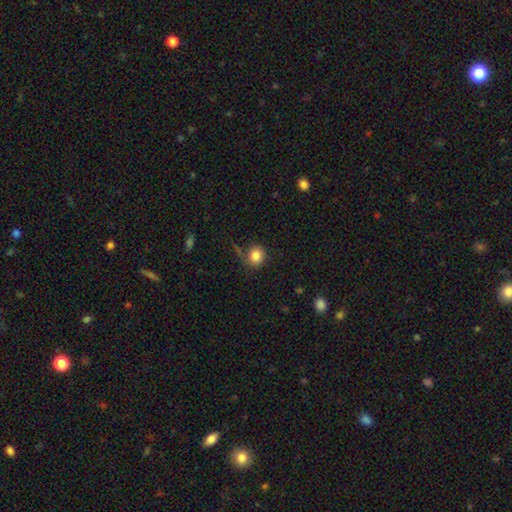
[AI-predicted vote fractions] smooth 83%, star or artifact 10%, featured or disk 7%. Down the decision tree: how rounded — round (84%); merging — none (70%).